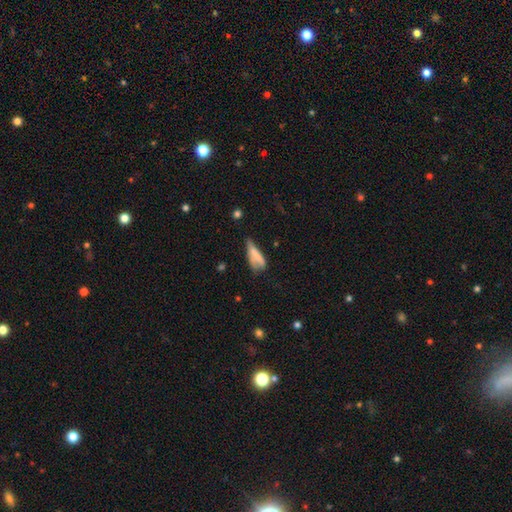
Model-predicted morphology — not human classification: Overall: smooth (68%). How rounded: in between (52%; cigar-shaped 45%). Merging: minor disturbance (38%; none 29%).